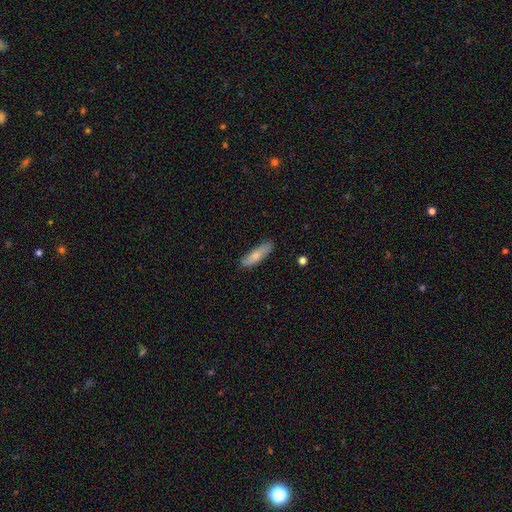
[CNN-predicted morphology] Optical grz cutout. It shows a smooth galaxy with no disk features (74%) that is cigar-shaped (60%). Merging: none (81%).